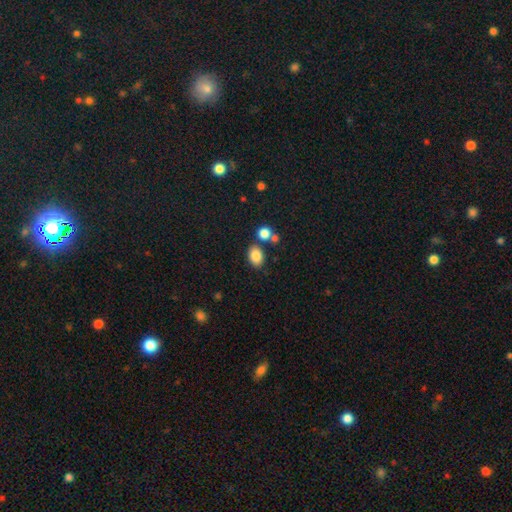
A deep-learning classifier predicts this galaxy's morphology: A smooth galaxy with no disk features (84%) that is in between round and cigar-shaped (71%). Merging: none (75%).